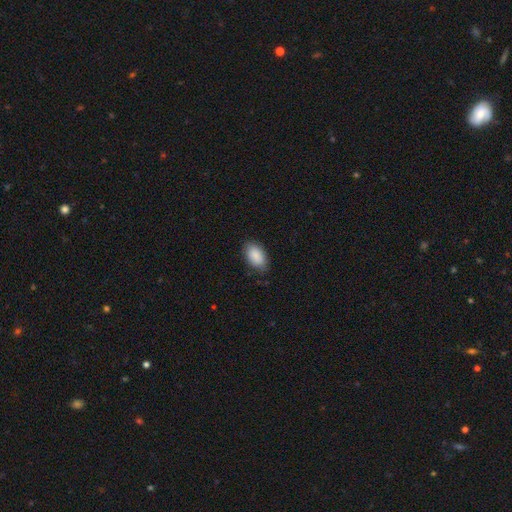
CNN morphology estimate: The model was most divided on "merging": none: 79%, minor disturbance: 17%, major disturbance: 3%, merger: 1%. More confident: how rounded — in between (92%); smooth or featured — smooth (88%).